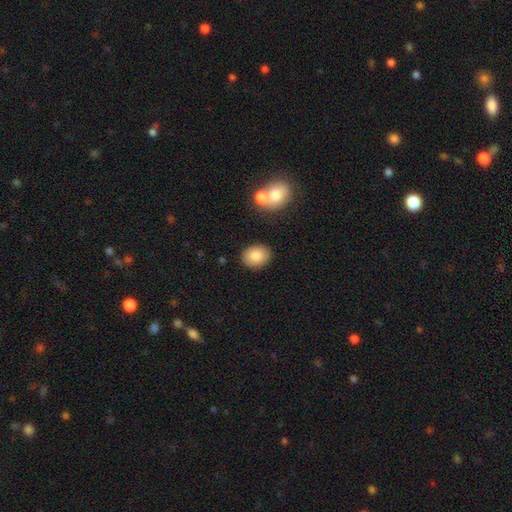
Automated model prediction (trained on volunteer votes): Overall: smooth (84%). How rounded: in between (60%; round 39%). Merging: none (85%).